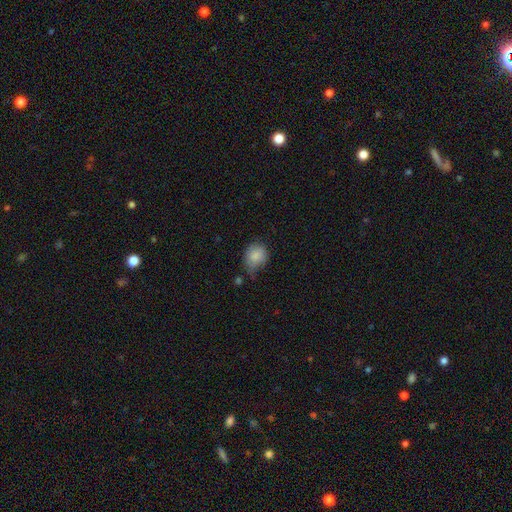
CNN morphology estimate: This is clearly a smooth galaxy (84%). How rounded: likely round (64%). Merging: possibly none (53%).